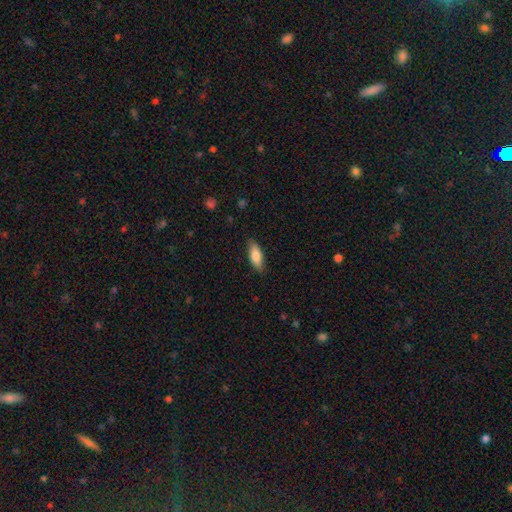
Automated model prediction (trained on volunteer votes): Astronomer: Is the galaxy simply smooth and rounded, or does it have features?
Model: smooth — 81%.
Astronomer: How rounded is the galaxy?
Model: in between — 73%.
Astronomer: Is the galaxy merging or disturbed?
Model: none — 85%.